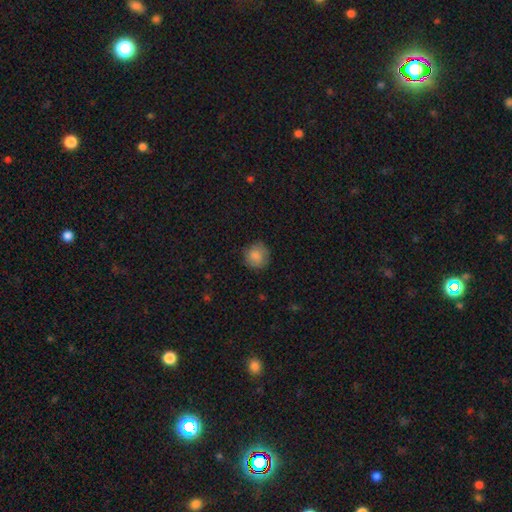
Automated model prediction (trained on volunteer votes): smooth-or-featured: smooth: 84% | star or artifact: 8% | featured or disk: 8%
  how-rounded: round: 90% | in between: 9% | cigar-shaped: 1%
  merging: none: 81% | minor disturbance: 15% | major disturbance: 4% | merger: 1%